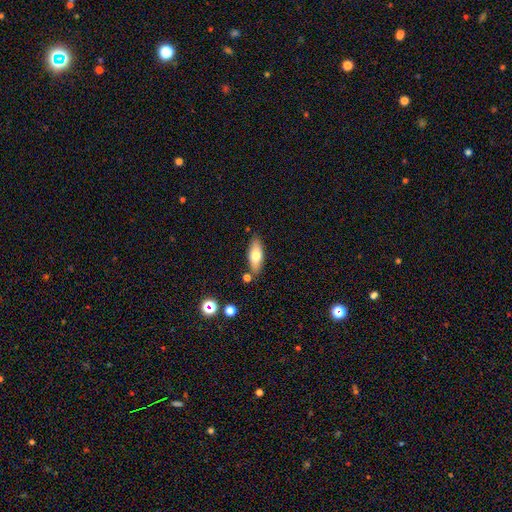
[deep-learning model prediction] Q: Smooth or featured?
A: smooth (70%); runner-up: featured or disk (23%)
Q: How rounded?
A: in between (74%); runner-up: cigar-shaped (24%)
Q: Merging?
A: none (80%); runner-up: minor disturbance (12%)